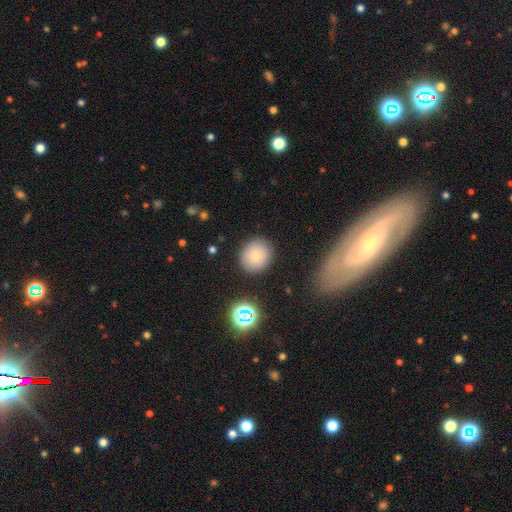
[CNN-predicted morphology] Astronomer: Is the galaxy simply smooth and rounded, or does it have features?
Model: smooth — 71%.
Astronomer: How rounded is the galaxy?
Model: round — 86%.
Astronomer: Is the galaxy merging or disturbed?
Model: none — 87%.